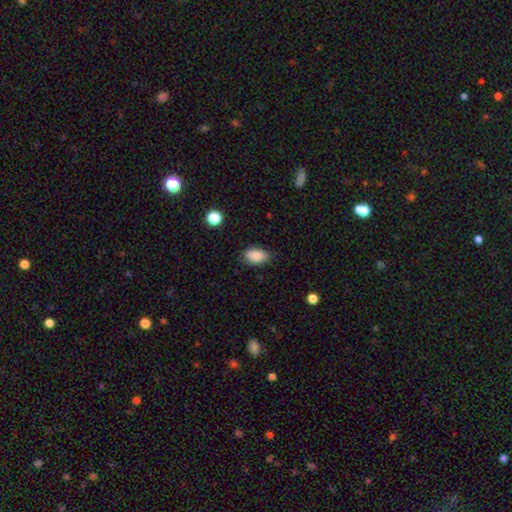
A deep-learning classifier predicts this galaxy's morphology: Smooth or featured? smooth (87%)
How rounded? in between (89%)
Merging? none (73%)